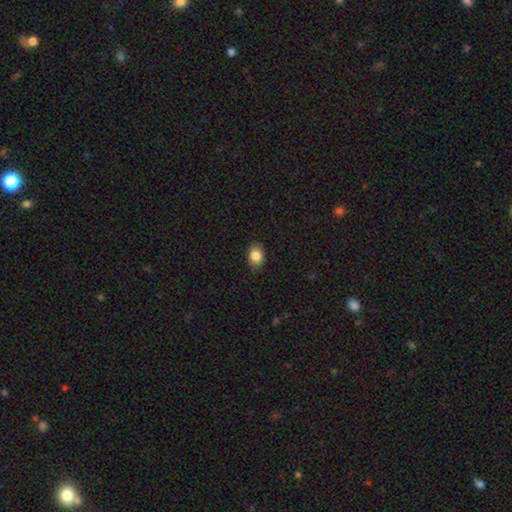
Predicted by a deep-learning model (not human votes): Smooth or featured?
  - smooth: 86% *
  - star or artifact: 9%
  - featured or disk: 5%
How rounded?
  - in between: 68% *
  - round: 31%
  - cigar-shaped: 1%
Merging?
  - none: 86% *
  - minor disturbance: 10%
  - major disturbance: 2%
  - merger: 1%